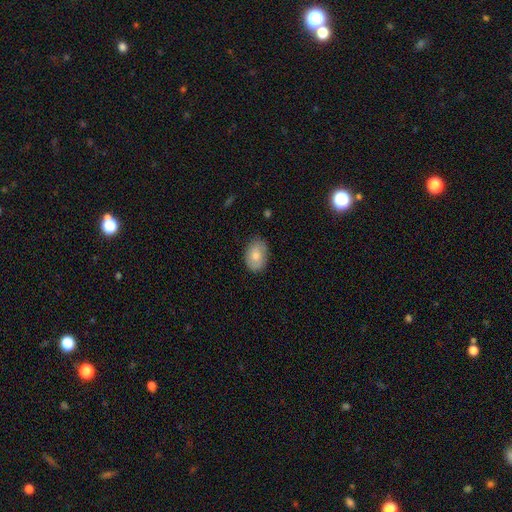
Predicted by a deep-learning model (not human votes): Morphology: type=smooth (77%); roundness=in between (81%); merging=none (80%).